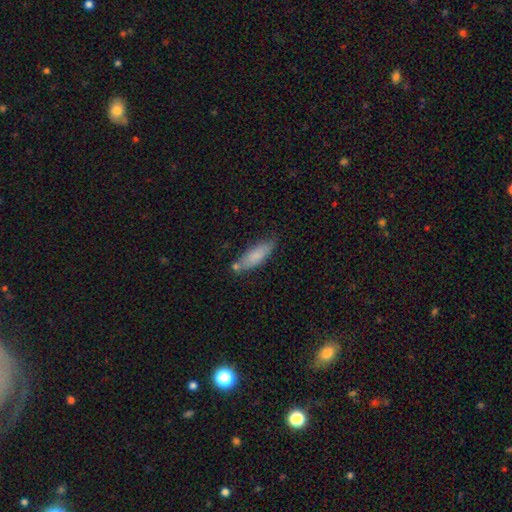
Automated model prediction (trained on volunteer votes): Smooth or featured: smooth — 80% (featured or disk — 14%)
How rounded: in between — 49% (tied with cigar-shaped — 49%)
Merging: none — 68% (minor disturbance — 19%)